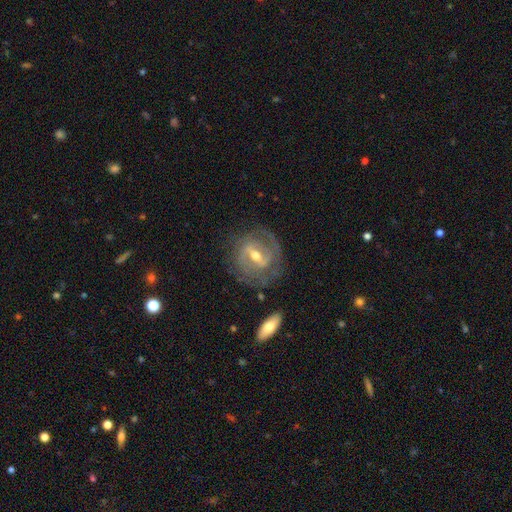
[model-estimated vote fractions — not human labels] Smooth or featured: featured or disk — 86% (smooth — 9%)
Edge-on disk: no — 95% (yes — 5%)
Bar: strong — 46% (weak — 43%)
Spiral arms: yes — 91% (no — 9%)
Spiral winding: tight — 47% (medium — 40%)
Spiral arm count: 2 — 65% (can't tell — 16%)
Bulge size: moderate — 66% (small — 28%)
Merging: none — 71% (minor disturbance — 17%)